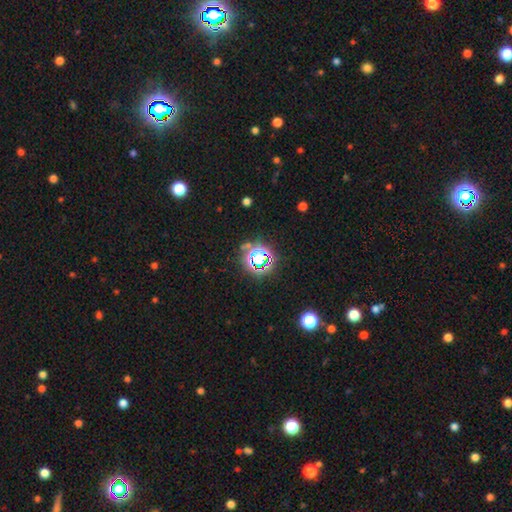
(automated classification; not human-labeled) This appears to be a star or artifact, not a galaxy (74%).